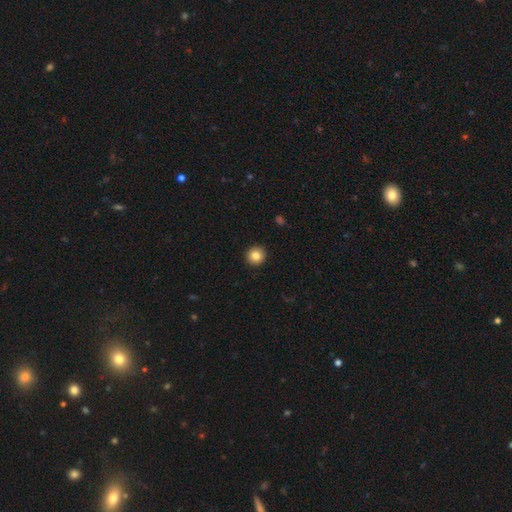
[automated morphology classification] Smooth or featured? Predicted: smooth (p=0.84). How rounded? Predicted: round (p=0.94). Merging? Predicted: none (p=0.93).